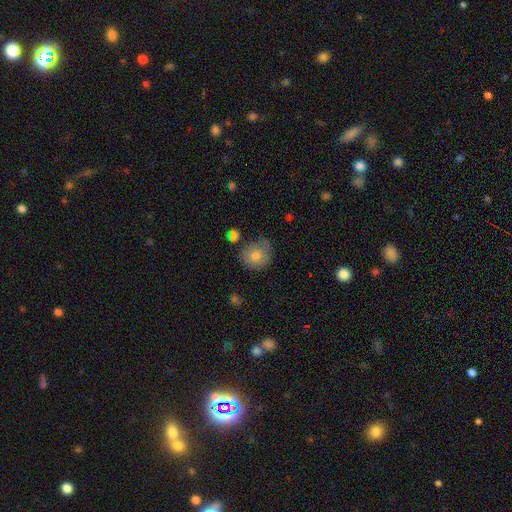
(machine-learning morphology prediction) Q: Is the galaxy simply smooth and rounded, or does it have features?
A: smooth — 77%.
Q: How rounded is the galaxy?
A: round — 75%.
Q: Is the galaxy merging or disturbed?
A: none — 54%.